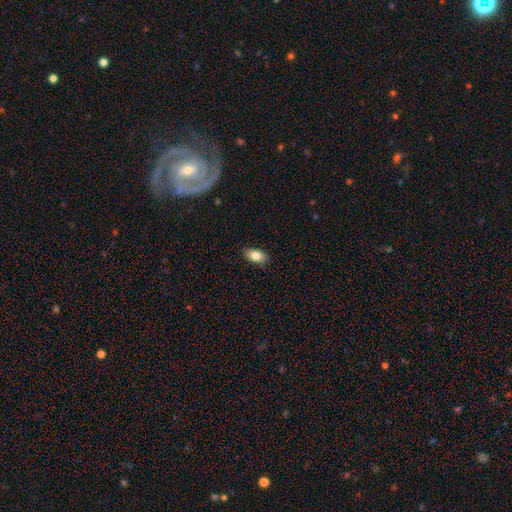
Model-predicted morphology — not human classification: smooth 84%, featured or disk 9%, star or artifact 7%. Down the decision tree: how rounded — in between (90%); merging — none (85%).